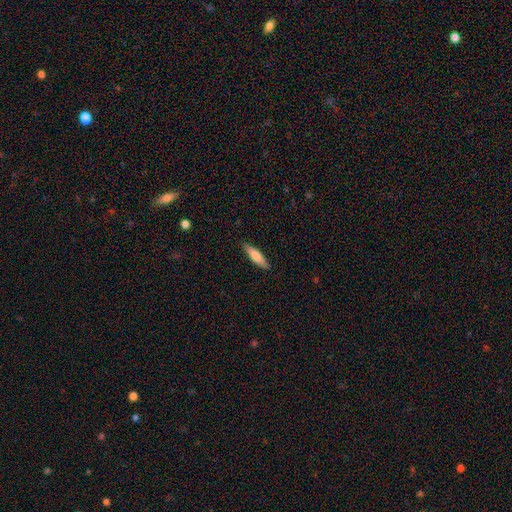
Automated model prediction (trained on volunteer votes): Morphology: type=smooth (70%); roundness=cigar-shaped (72%); merging=none (89%).